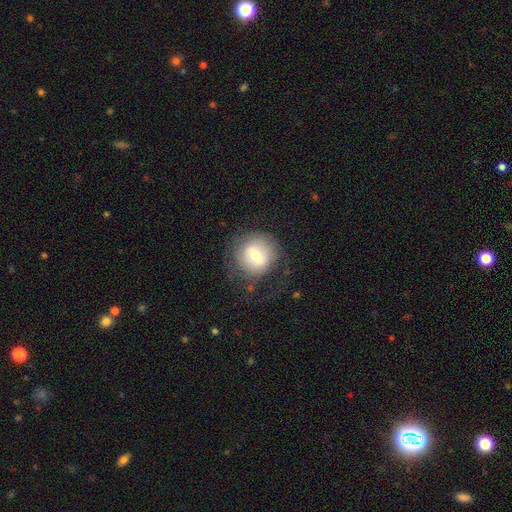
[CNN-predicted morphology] Overall: smooth (57%; featured or disk 34%). How rounded: round (89%). Merging: none (64%).